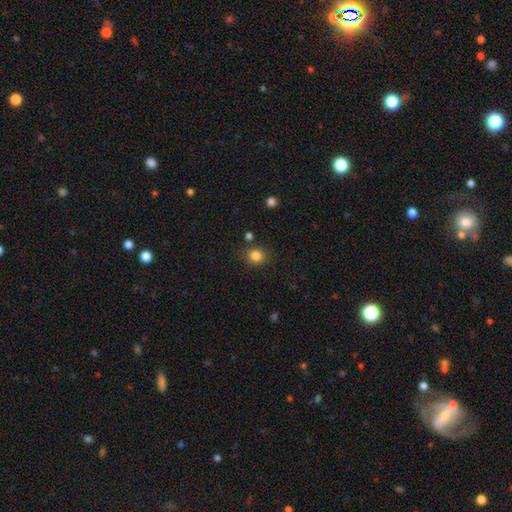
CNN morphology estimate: Overall: smooth (83%). How rounded: round (74%). Merging: none (83%).